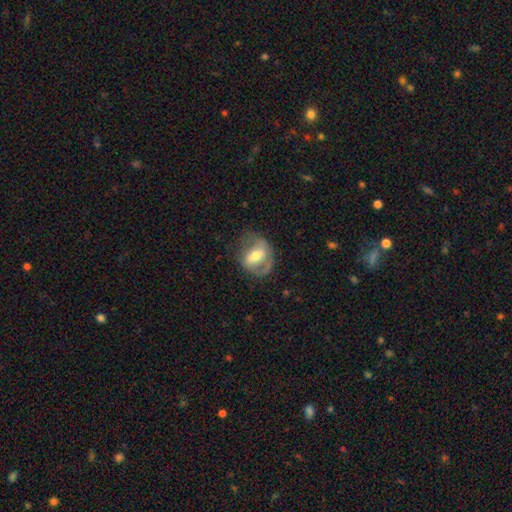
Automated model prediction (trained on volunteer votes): smooth-or-featured: featured or disk: 56% | smooth: 37% | star or artifact: 7%
  disk-edge-on: no: 94% | yes: 6%
    bar: weak: 39% | strong: 35% | no: 26%
    has-spiral-arms: yes: 58% | no: 42%
    bulge-size: moderate: 64% | small: 20% | large: 13% | none: 2% | dominant: 1%
  merging: none: 53% | minor disturbance: 25% | major disturbance: 20% | merger: 2%